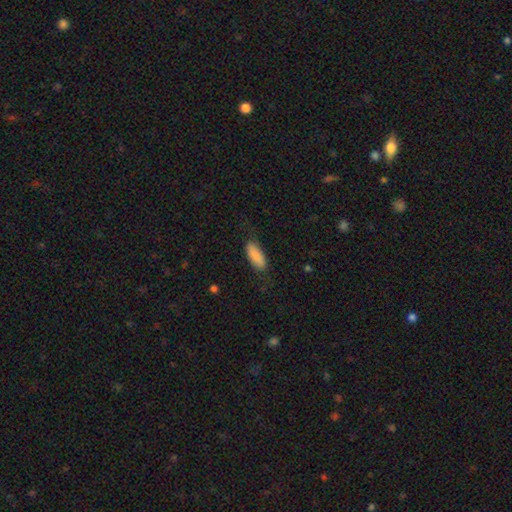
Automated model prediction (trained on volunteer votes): A smooth galaxy with no disk features (86%) that is in between round and cigar-shaped (77%). Merging: none (74%).